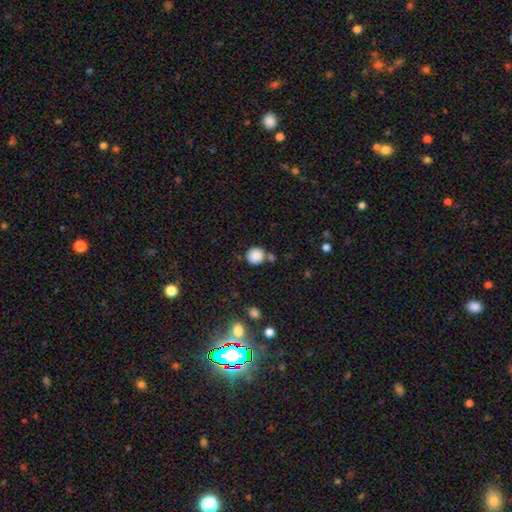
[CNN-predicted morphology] Q: Smooth or featured?
A: smooth (87%); runner-up: star or artifact (9%)
Q: How rounded?
A: round (91%); runner-up: in between (8%)
Q: Merging?
A: none (72%); runner-up: merger (13%)